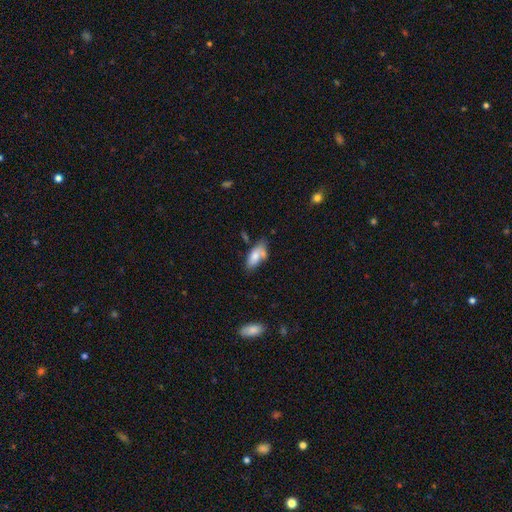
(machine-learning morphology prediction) A smooth galaxy with no disk features (74%) that is in between round and cigar-shaped (87%). Merging: none (46%).